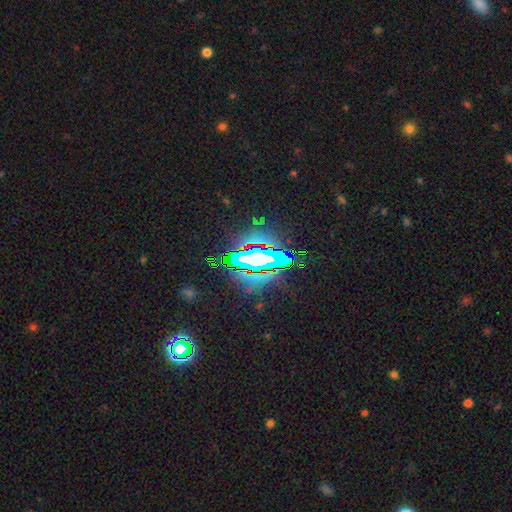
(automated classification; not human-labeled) Smooth or featured?
  - star or artifact: 72% *
  - smooth: 15%
  - featured or disk: 13%